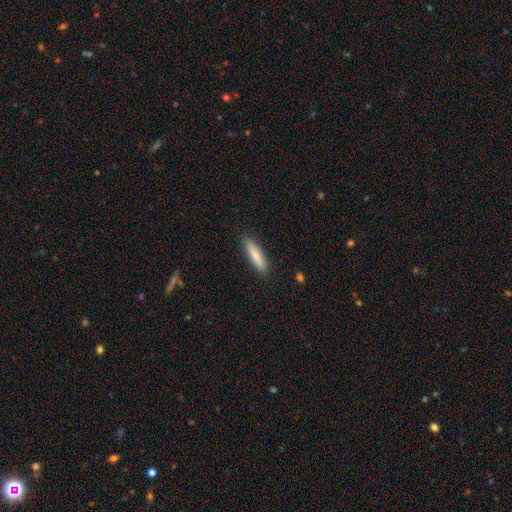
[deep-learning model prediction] The model was most divided on "how rounded": cigar-shaped: 78%, in between: 20%, round: 1%. More confident: merging — none (88%); smooth or featured — smooth (81%).